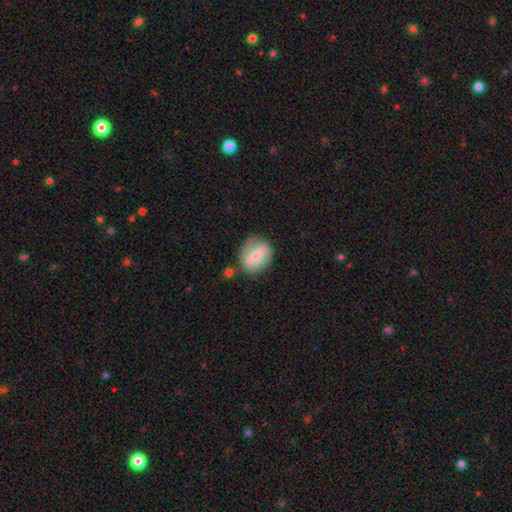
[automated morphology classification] Q: Smooth or featured?
A: smooth (50%); runner-up: featured or disk (43%)
Q: Merging?
A: none (66%); runner-up: minor disturbance (21%)